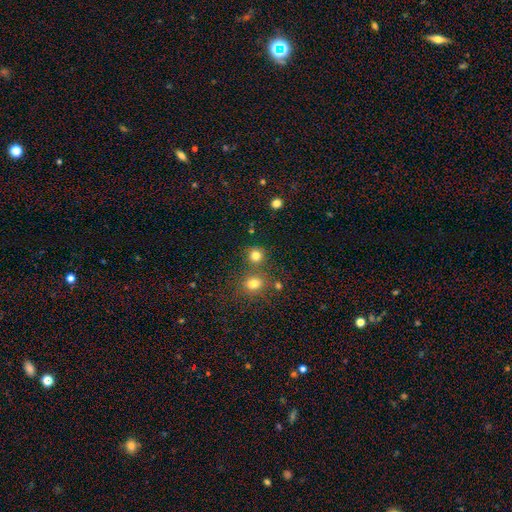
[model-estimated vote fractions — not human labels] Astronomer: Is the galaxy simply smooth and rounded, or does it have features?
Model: smooth — 79%.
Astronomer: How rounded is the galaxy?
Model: round — 88%.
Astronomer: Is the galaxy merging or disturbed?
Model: none — 72%.